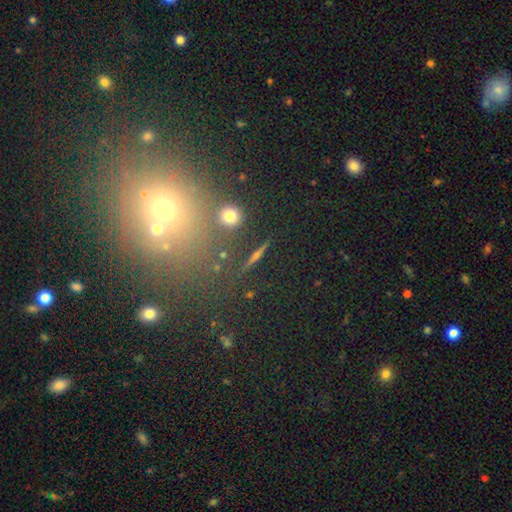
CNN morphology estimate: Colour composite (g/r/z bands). It shows a featured or disk galaxy (41%). Merging: none (87%).